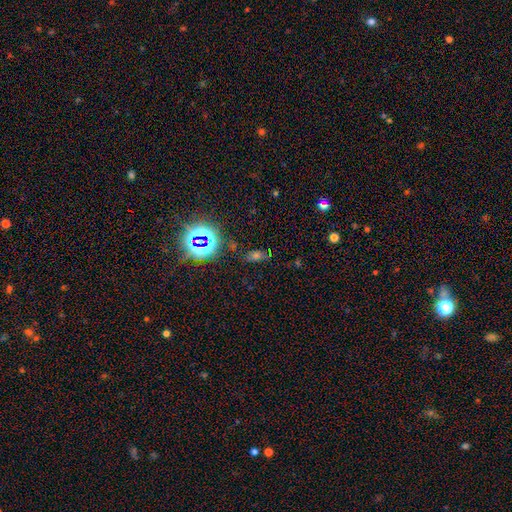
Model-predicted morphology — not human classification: This is possibly a star or artifact rather than a galaxy (46%).